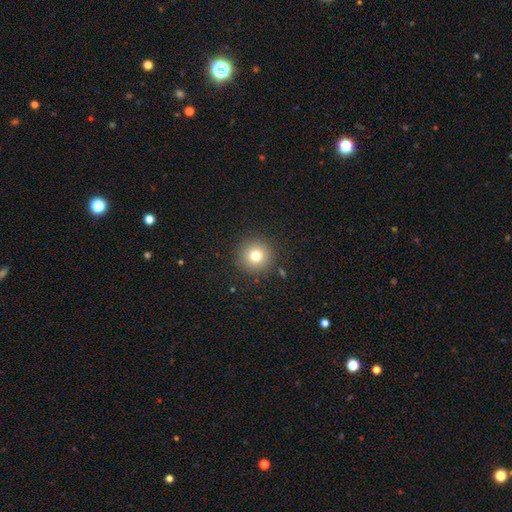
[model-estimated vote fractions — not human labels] Morphology: type=smooth (77%); roundness=round (95%); merging=none (90%).